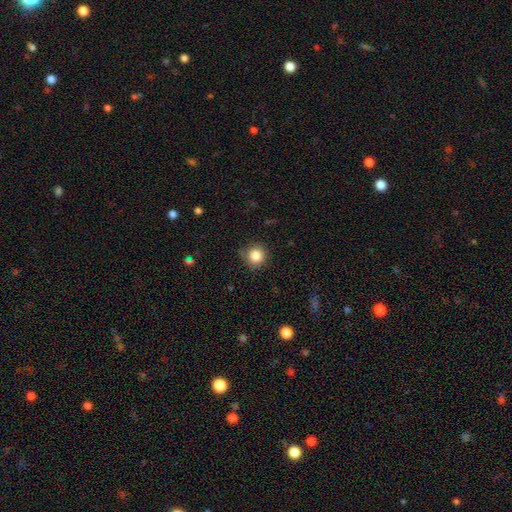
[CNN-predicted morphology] Smooth or featured?
  - smooth: 84% *
  - star or artifact: 11%
  - featured or disk: 5%
How rounded?
  - round: 92% *
  - in between: 7%
  - cigar-shaped: 1%
Merging?
  - none: 82% *
  - minor disturbance: 13%
  - major disturbance: 3%
  - merger: 2%